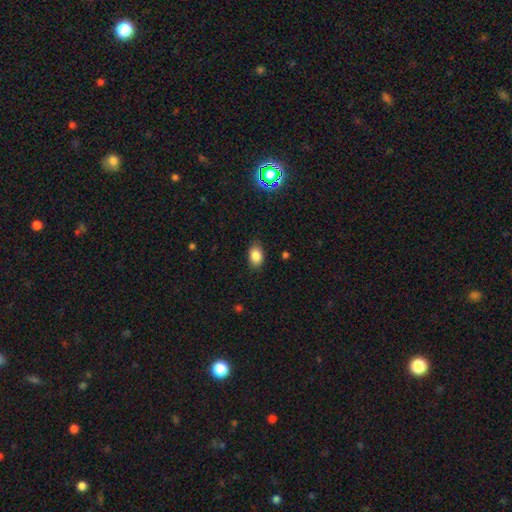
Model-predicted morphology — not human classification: This is clearly a smooth galaxy (84%). How rounded: clearly in between (82%). Merging: clearly none (85%).